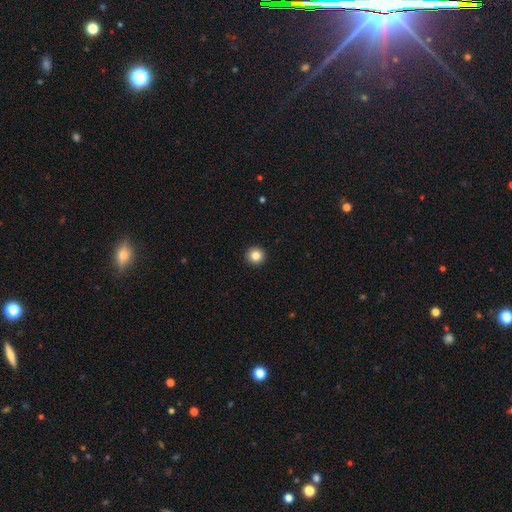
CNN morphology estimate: This appears to be a smooth galaxy with no disk features (84%) that is round (95%). Merging: none (94%).